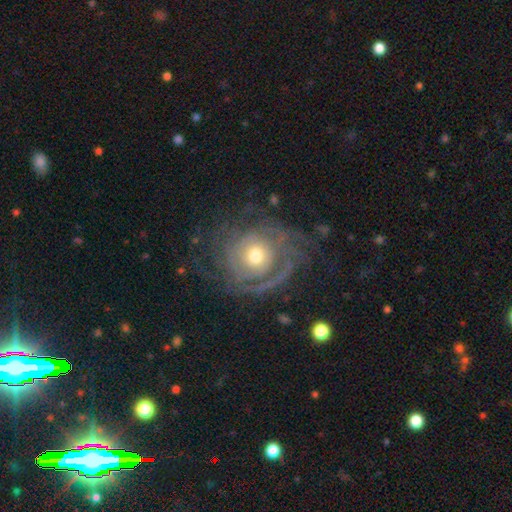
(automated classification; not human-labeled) Smooth or featured: featured or disk — 78% (smooth — 15%)
Edge-on disk: no — 97% (yes — 3%)
Bar: no — 81% (weak — 15%)
Spiral arms: yes — 86% (no — 14%)
Spiral winding: tight — 63% (medium — 24%)
Spiral arm count: can't tell — 44% (2 — 15%)
Bulge size: moderate — 61% (small — 26%)
Merging: none — 65% (major disturbance — 17%)